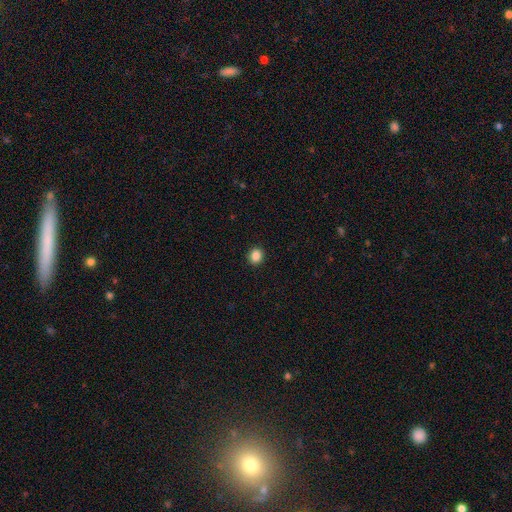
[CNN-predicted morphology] The model was most divided on "how rounded": round: 81%, in between: 19%, cigar-shaped: 1%. More confident: merging — none (92%); smooth or featured — smooth (87%).